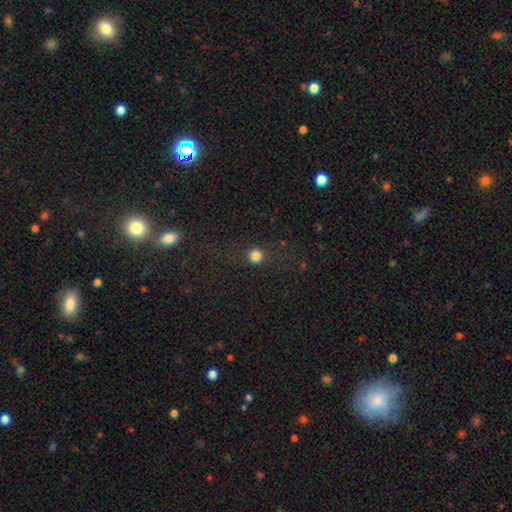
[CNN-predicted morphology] Overall: smooth (79%). How rounded: round (91%). Merging: none (84%).